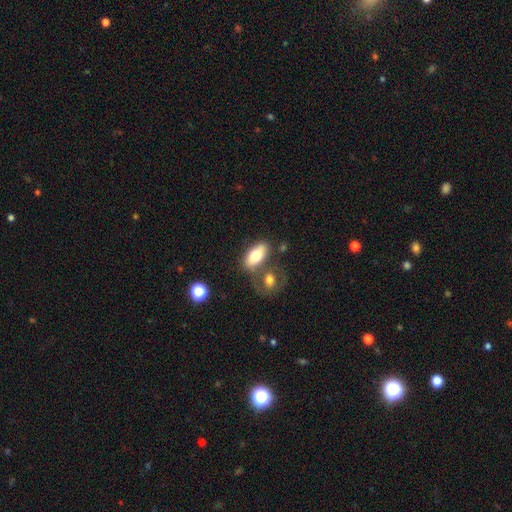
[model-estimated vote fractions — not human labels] A smooth galaxy with no disk features (73%) that is in between round and cigar-shaped (87%).

Vote fractions:
- Smooth or featured? smooth: 73% / featured or disk: 20% / star or artifact: 7%
- How rounded? in between: 87% / cigar-shaped: 8% / round: 5%
- Merging? none: 53% / merger: 27% / minor disturbance: 14% / major disturbance: 6%